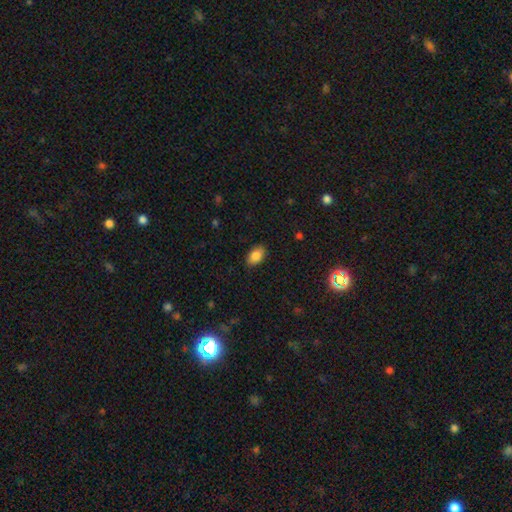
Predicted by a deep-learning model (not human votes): smooth_or_featured: smooth (p=0.86) [alt: star or artifact p=0.08]
how_rounded: in between (p=0.90) [alt: round p=0.08]
merging: none (p=0.87) [alt: minor disturbance p=0.10]